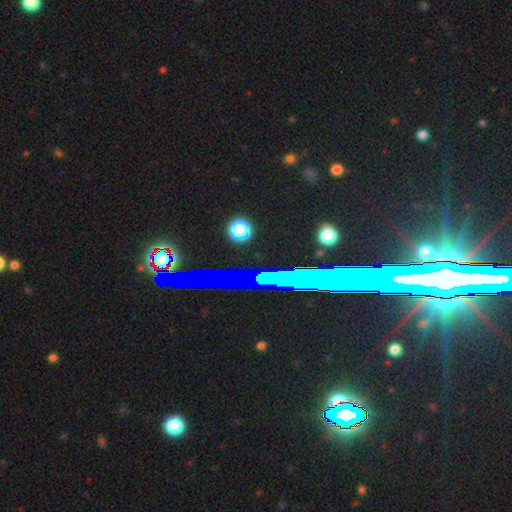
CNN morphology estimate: smooth-or-featured: star or artifact: 71% | featured or disk: 18% | smooth: 11%